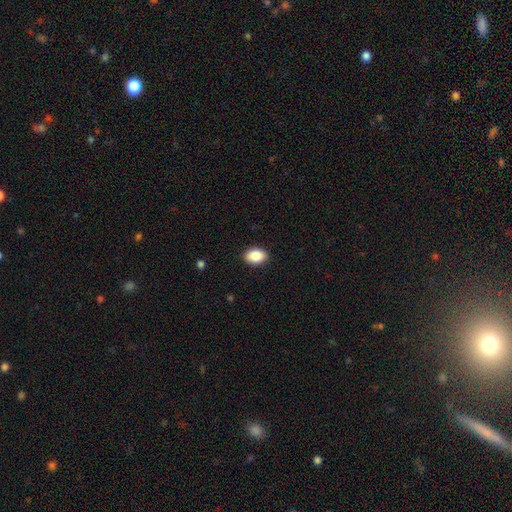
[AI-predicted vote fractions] smooth_or_featured: smooth (p=0.87) [alt: star or artifact p=0.07]
how_rounded: in between (p=0.85) [alt: round p=0.13]
merging: none (p=0.89) [alt: minor disturbance p=0.08]